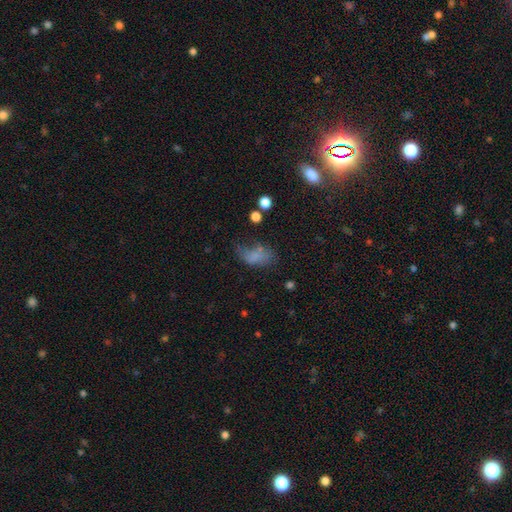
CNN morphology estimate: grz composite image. It shows a smooth galaxy with no disk features (63%) that is in between round and cigar-shaped (88%). Merging: major disturbance (34%).